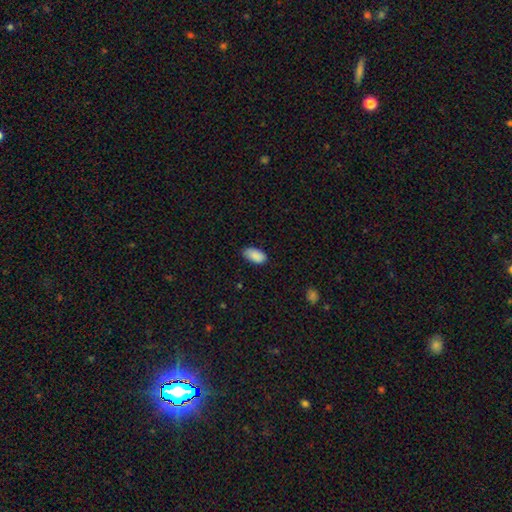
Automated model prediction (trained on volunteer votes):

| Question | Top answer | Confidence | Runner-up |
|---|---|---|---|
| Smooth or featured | smooth | 88% | star or artifact (7%) |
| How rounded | in between | 94% | round (3%) |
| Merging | none | 77% | minor disturbance (19%) |